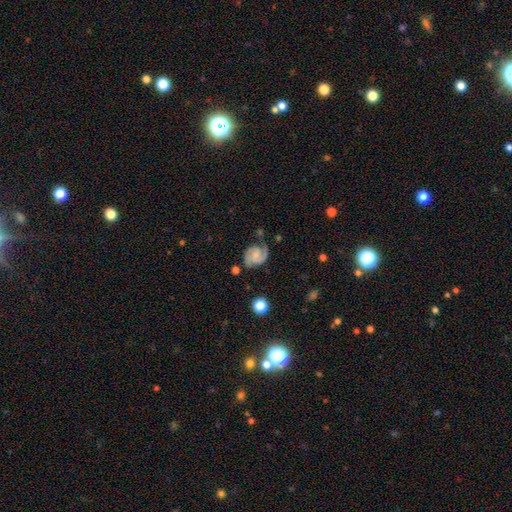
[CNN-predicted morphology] The model was most divided on "spiral winding": medium: 44%, tight: 43%, loose: 13%. More confident: edge-on disk — no (98%); spiral arms — yes (96%); smooth or featured — featured or disk (80%); spiral arm count — 2 (71%); merging — none (59%); bar — no (58%); bulge size — small (53%).